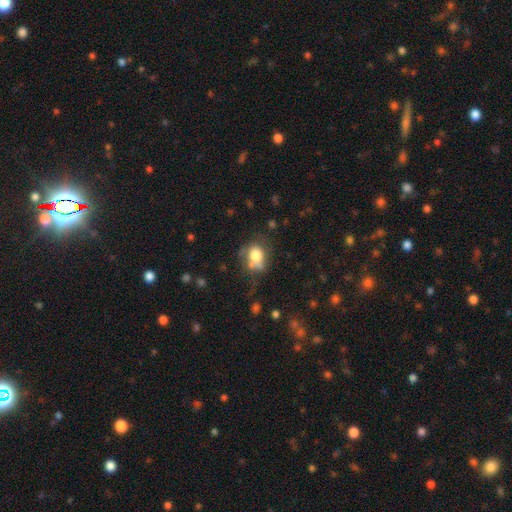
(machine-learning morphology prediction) Q: Smooth or featured?
A: smooth (72%); runner-up: featured or disk (16%)
Q: How rounded?
A: round (51%); runner-up: in between (48%)
Q: Merging?
A: none (43%); runner-up: minor disturbance (23%)